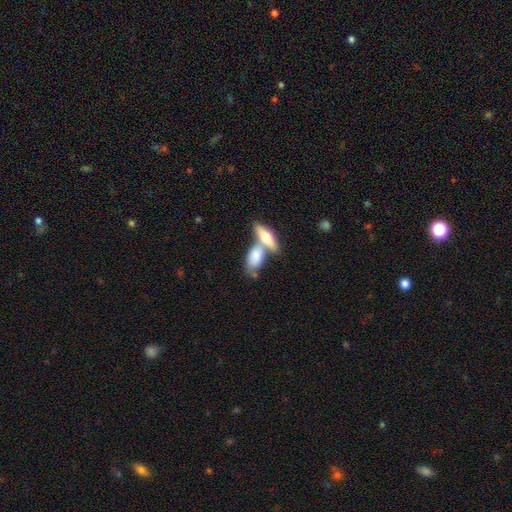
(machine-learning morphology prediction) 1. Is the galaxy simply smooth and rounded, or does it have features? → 72% smooth, 22% featured or disk, 5% star or artifact.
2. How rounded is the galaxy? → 80% in between, 16% cigar-shaped, 4% round.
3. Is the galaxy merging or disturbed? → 57% merger, 30% none, 10% minor disturbance, 4% major disturbance.